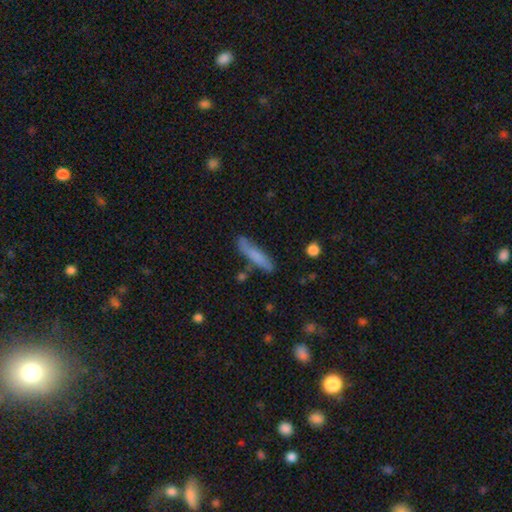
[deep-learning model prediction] Smooth or featured? smooth (73%)
How rounded? cigar-shaped (86%)
Merging? none (71%)